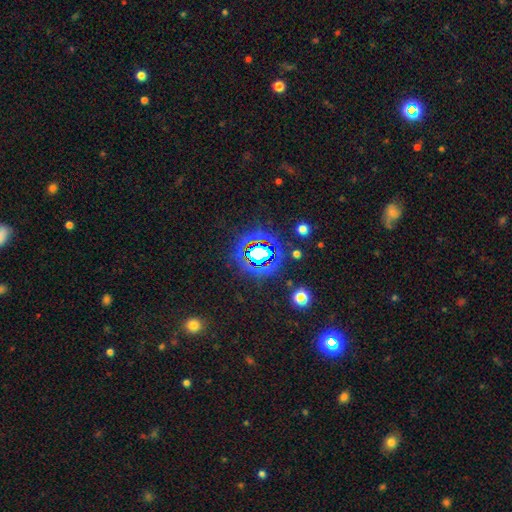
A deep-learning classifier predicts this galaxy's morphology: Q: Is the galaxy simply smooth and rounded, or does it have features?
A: star or artifact — 71%.